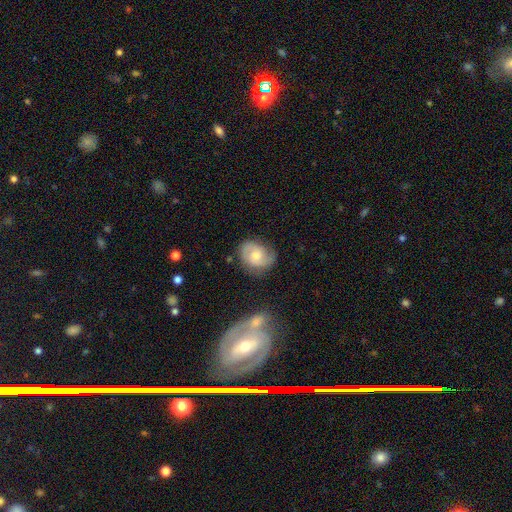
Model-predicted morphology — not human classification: Smooth or featured? featured or disk (63%)
Edge-on disk? no (97%)
Bar? no (65%)
Spiral arms? yes (90%)
Spiral winding? medium (46%)
Spiral arm count? 2 (76%)
Bulge size? moderate (58%)
Merging? none (69%)